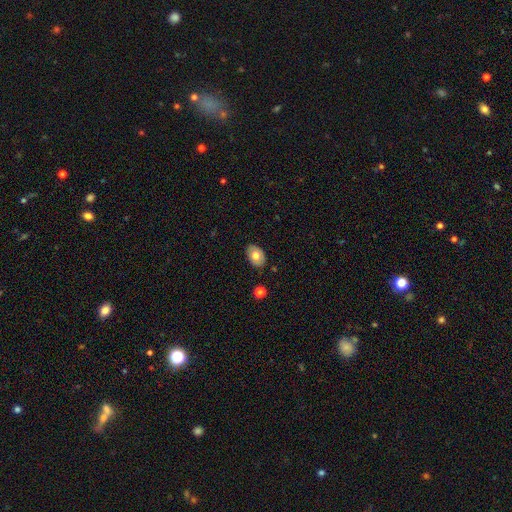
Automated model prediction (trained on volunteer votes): The model was most divided on "smooth or featured": smooth: 71%, featured or disk: 21%, star or artifact: 7%. More confident: merging — none (85%); how rounded — in between (83%).